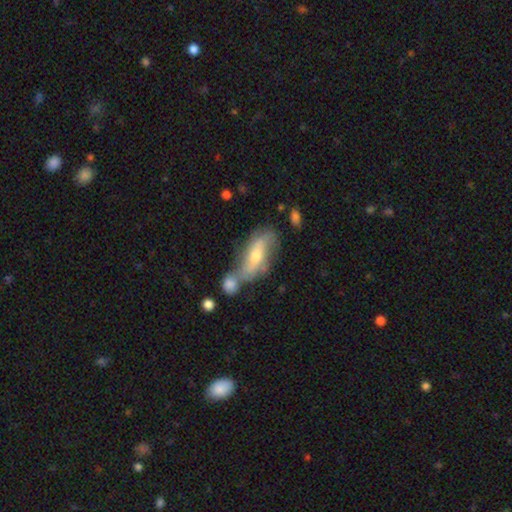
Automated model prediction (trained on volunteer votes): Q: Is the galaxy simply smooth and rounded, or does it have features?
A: featured or disk — 55%.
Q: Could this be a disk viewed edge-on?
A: no — 72%.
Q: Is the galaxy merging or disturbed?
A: none — 38%.